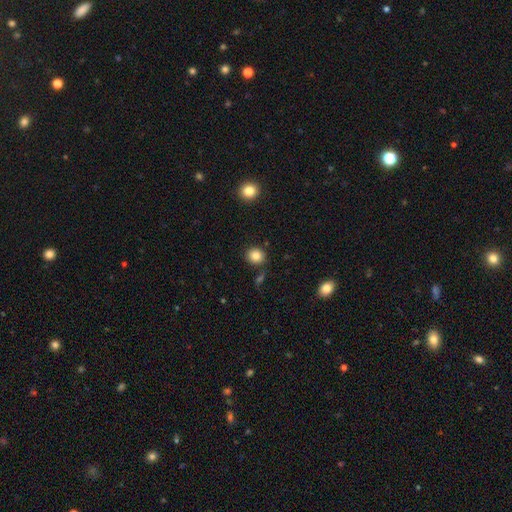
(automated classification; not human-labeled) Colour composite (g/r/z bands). It shows a smooth galaxy with no disk features (85%) that is round (81%). Merging: none (85%).